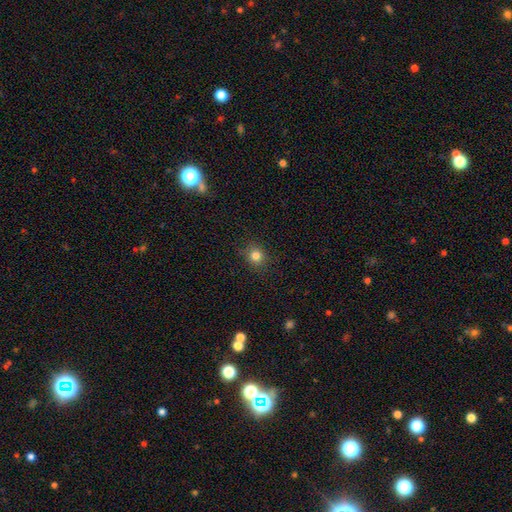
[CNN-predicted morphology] smooth-or-featured: smooth: 81% | star or artifact: 13% | featured or disk: 6%
  how-rounded: round: 83% | in between: 16% | cigar-shaped: 1%
  merging: none: 89% | minor disturbance: 8% | major disturbance: 2% | merger: 1%